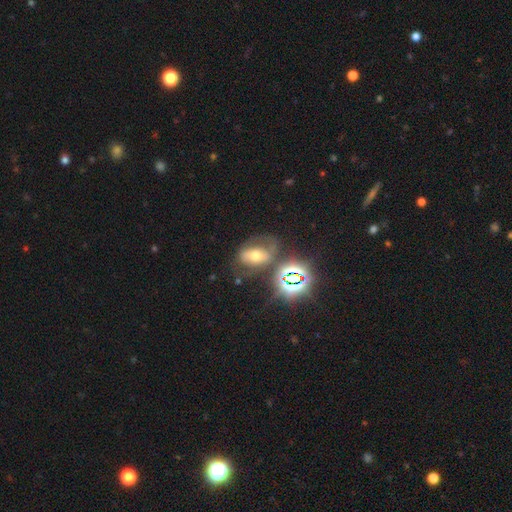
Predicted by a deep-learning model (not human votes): This appears to be a featured or disk galaxy (36%). Merging: none (50%).